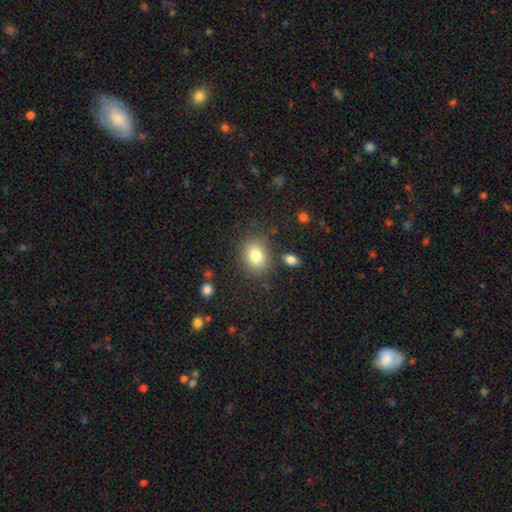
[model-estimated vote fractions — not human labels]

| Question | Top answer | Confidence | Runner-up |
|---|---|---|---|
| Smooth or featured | smooth | 80% | star or artifact (10%) |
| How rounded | in between | 52% | round (47%) |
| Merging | none | 80% | minor disturbance (12%) |